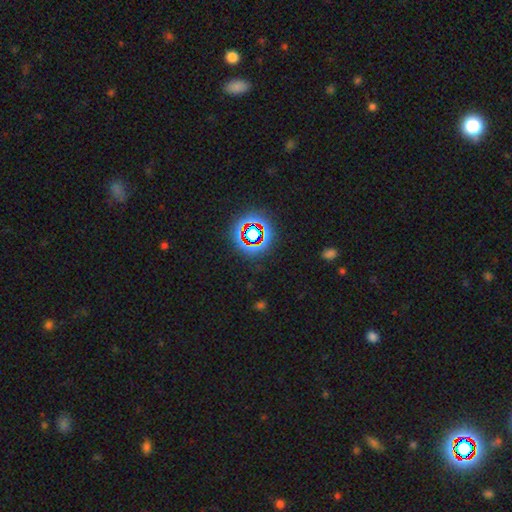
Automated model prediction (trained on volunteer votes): The model was most divided on "smooth or featured": star or artifact: 53%, smooth: 25%, featured or disk: 21%.